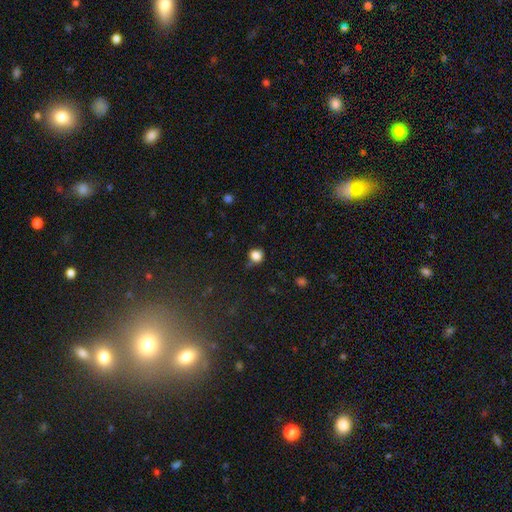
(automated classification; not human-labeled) Smooth or featured? smooth (82%)
How rounded? round (77%)
Merging? none (60%)